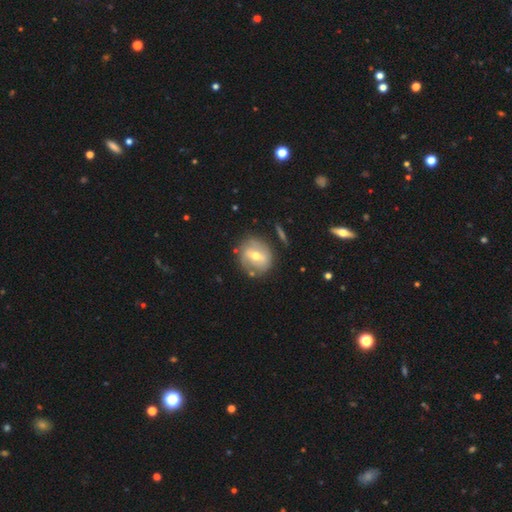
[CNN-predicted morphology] smooth_or_featured: featured or disk (p=0.55) [alt: smooth p=0.38]
disk_edge_on: no (p=0.91) [alt: yes p=0.09]
bar: weak (p=0.42) [alt: strong p=0.38]
has_spiral_arms: no (p=0.57) [alt: yes p=0.43]
bulge_size: moderate (p=0.70) [alt: small p=0.24]
merging: none (p=0.77) [alt: minor disturbance p=0.14]